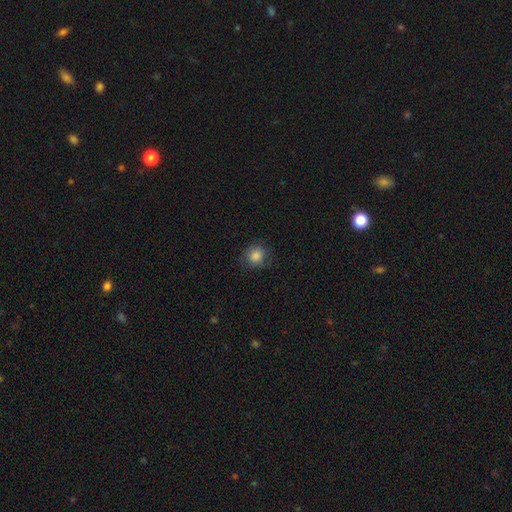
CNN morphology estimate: Q: Smooth or featured?
A: smooth (86%); runner-up: star or artifact (10%)
Q: How rounded?
A: round (86%); runner-up: in between (13%)
Q: Merging?
A: none (83%); runner-up: minor disturbance (12%)